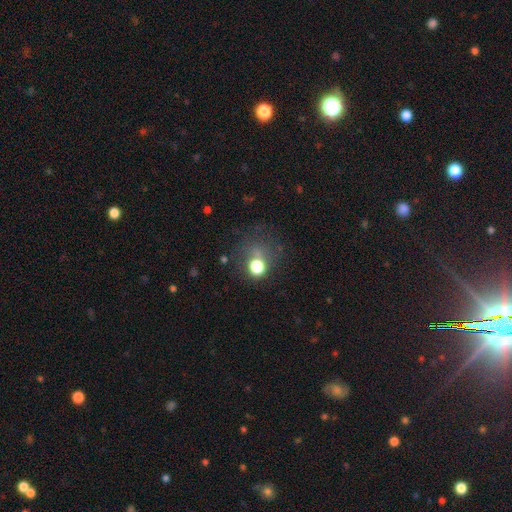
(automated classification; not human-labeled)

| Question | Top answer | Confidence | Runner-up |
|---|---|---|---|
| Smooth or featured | smooth | 49% | star or artifact (36%) |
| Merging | none | 54% | major disturbance (22%) |